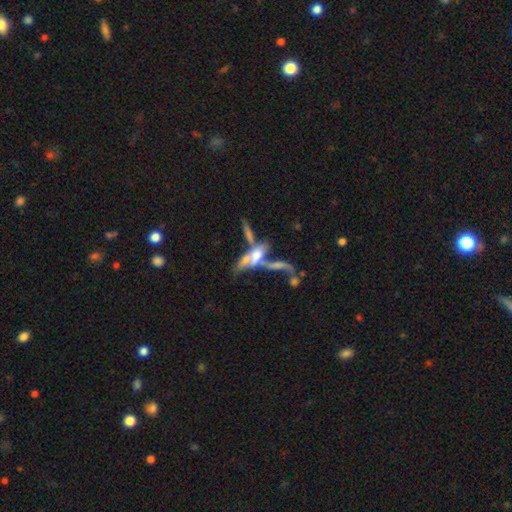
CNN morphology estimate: A featured or disk galaxy (57%). Merging: merger (61%).